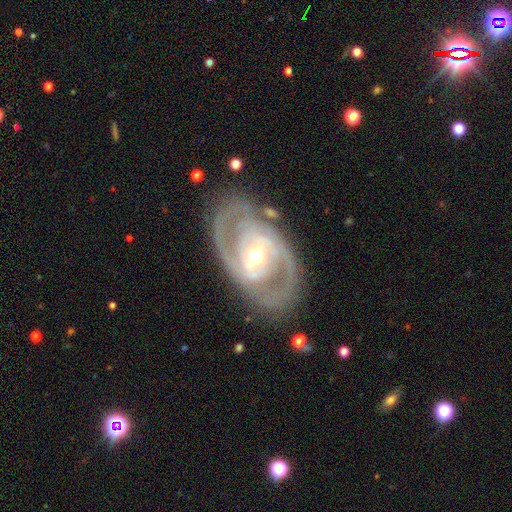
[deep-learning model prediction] Morphology: type=featured or disk (88%); edge-on=no (95%); bar=weak (40%); spiral arms=yes (90%); winding=tight (49%); arm count=2 (75%); bulge=moderate (58%); merging=none (77%).